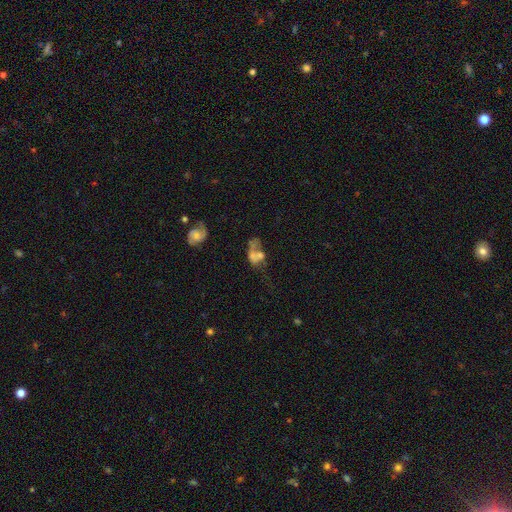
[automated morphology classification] smooth_or_featured: smooth (p=0.44) [alt: featured or disk p=0.41]
merging: merger (p=0.41) [alt: major disturbance p=0.28]